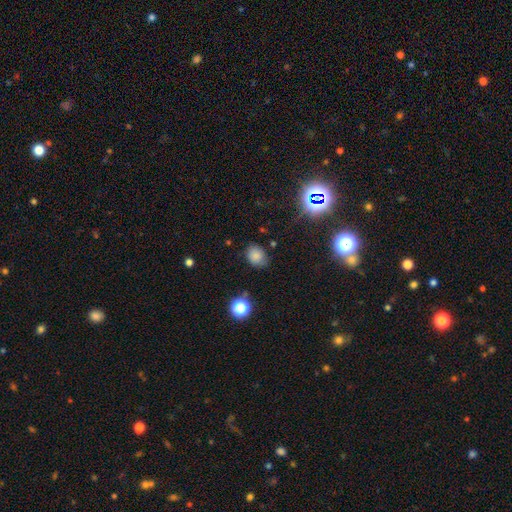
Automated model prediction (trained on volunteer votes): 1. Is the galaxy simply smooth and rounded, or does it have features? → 77% smooth, 15% star or artifact, 8% featured or disk.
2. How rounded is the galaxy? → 54% round, 45% in between, 1% cigar-shaped.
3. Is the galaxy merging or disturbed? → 75% none, 19% minor disturbance, 4% major disturbance, 2% merger.